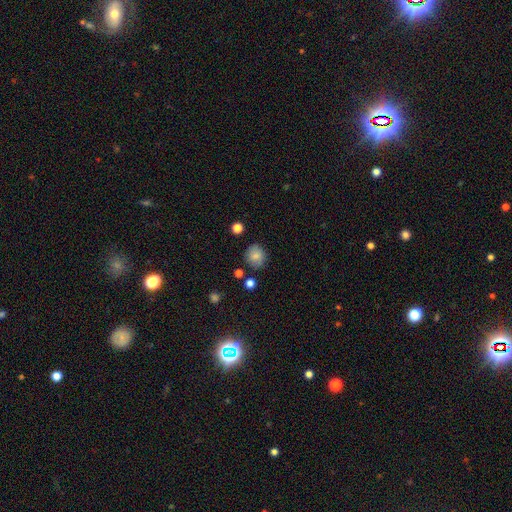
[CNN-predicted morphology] Smooth or featured? Predicted: smooth (p=0.82). How rounded? Predicted: round (p=0.79). Merging? Predicted: none (p=0.82).